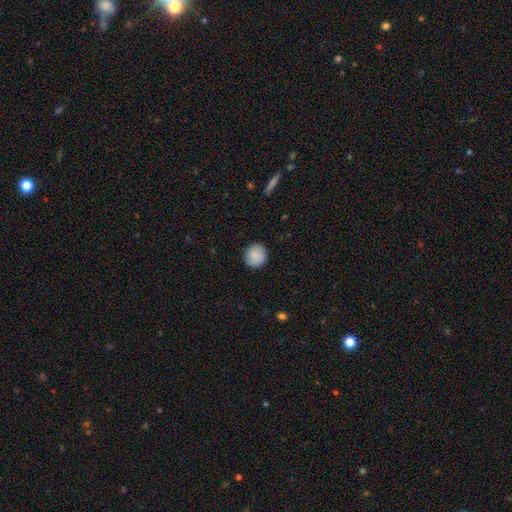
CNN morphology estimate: Smooth or featured? Predicted: smooth (p=0.87). How rounded? Predicted: round (p=0.91). Merging? Predicted: none (p=0.90).